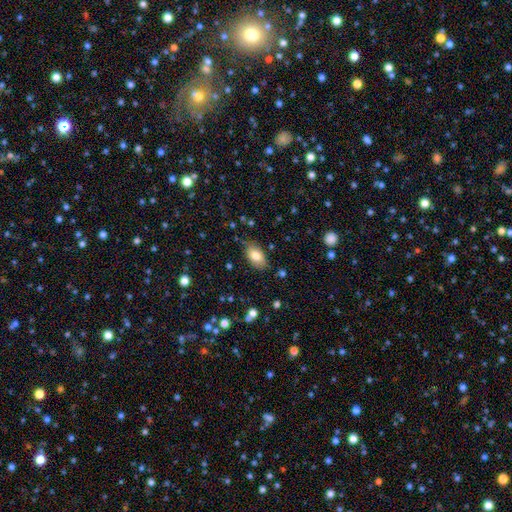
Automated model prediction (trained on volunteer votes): Overall: smooth (81%). How rounded: in between (93%). Merging: none (83%).